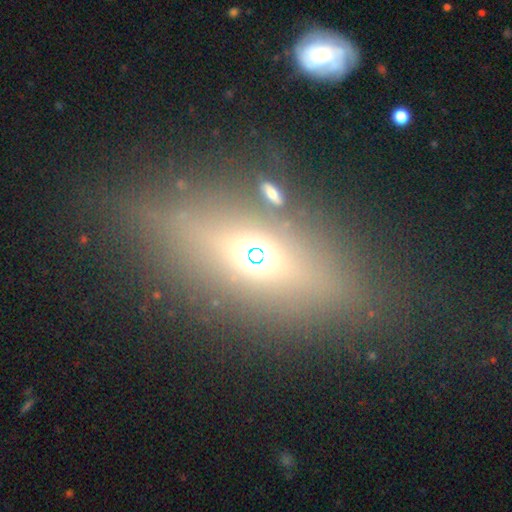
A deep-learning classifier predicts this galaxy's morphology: featured or disk 40% (tied), smooth 40% (tied), star or artifact 20%. Down the decision tree: merging — none (77%).